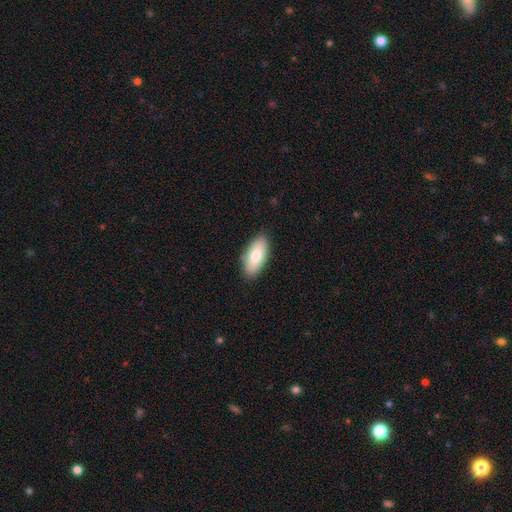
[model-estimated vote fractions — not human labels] A smooth galaxy with no disk features (78%) that is in between round and cigar-shaped (86%). Merging: none (87%).